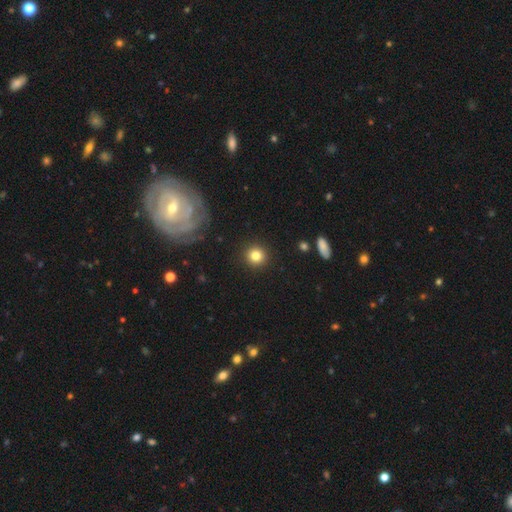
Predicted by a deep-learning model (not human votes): smooth_or_featured: smooth (p=0.83) [alt: star or artifact p=0.10]
how_rounded: round (p=0.93) [alt: in between p=0.06]
merging: none (p=0.91) [alt: minor disturbance p=0.05]